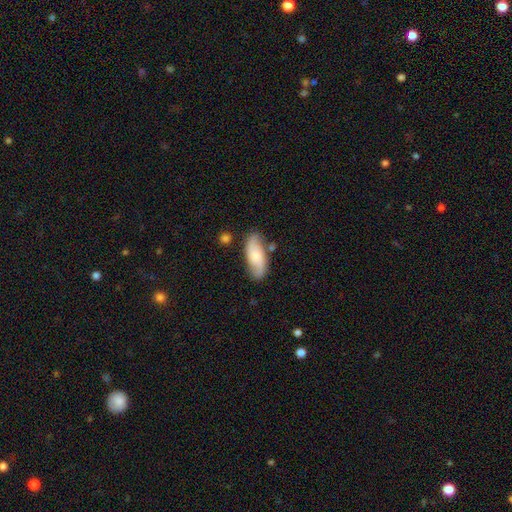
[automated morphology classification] smooth-or-featured: smooth: 54% | featured or disk: 39% | star or artifact: 6%
  how-rounded: in between: 81% | cigar-shaped: 16% | round: 3%
  merging: none: 73% | minor disturbance: 18% | merger: 5% | major disturbance: 4%